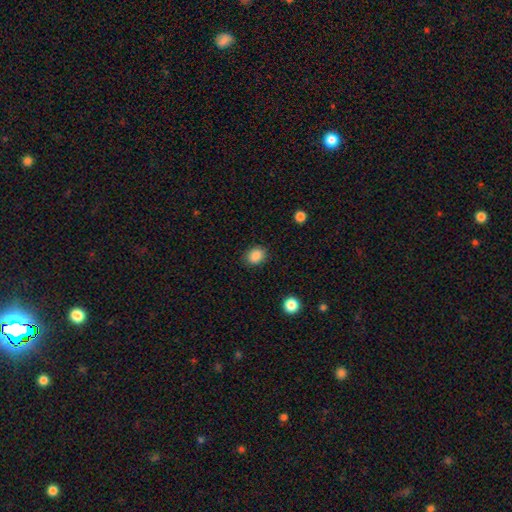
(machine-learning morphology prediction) smooth-or-featured: smooth: 88% | star or artifact: 9% | featured or disk: 3%
  how-rounded: round: 58% | in between: 42% | cigar-shaped: 1%
  merging: none: 87% | minor disturbance: 9% | major disturbance: 3% | merger: 1%